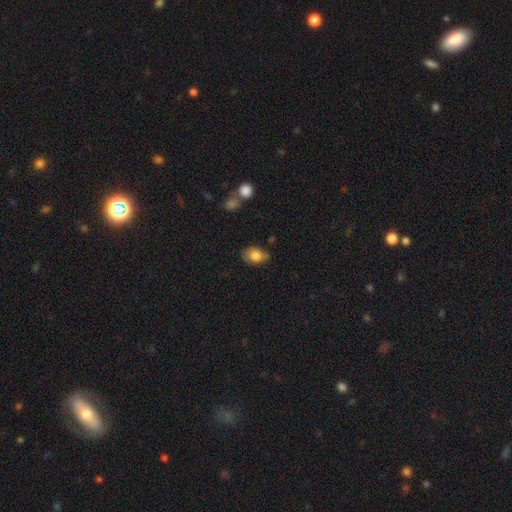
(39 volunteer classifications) Smooth or featured?
  - smooth: 85% *
  - featured or disk: 10%
  - star or artifact: 5%
How rounded?
  - in between: 82% *
  - round: 15%
  - cigar-shaped: 3%
Merging?
  - none: 65% *
  - minor disturbance: 30%
  - major disturbance: 3%
  - merger: 3%